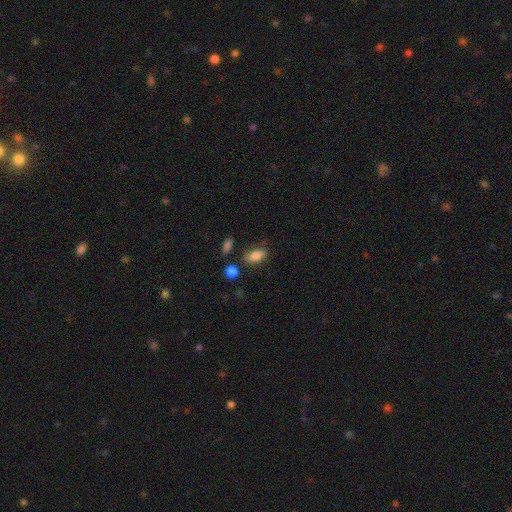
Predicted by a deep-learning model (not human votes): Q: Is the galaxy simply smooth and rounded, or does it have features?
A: smooth — 83%.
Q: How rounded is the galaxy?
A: in between — 87%.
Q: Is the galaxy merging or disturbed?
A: none — 73%.